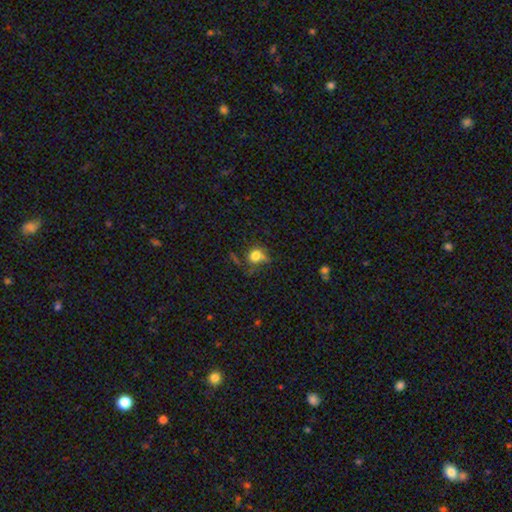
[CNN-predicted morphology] Smooth or featured: smooth — 75% (star or artifact — 14%)
How rounded: round — 79% (in between — 20%)
Merging: none — 59% (minor disturbance — 22%)